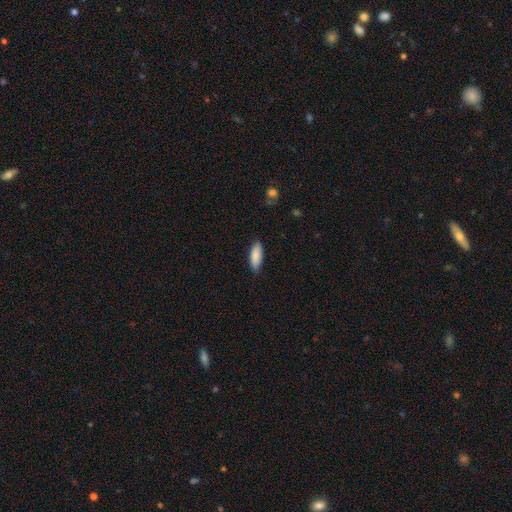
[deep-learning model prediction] smooth-or-featured: smooth: 88% | featured or disk: 6% | star or artifact: 6%
  how-rounded: in between: 75% | cigar-shaped: 24% | round: 2%
  merging: none: 84% | minor disturbance: 12% | major disturbance: 2% | merger: 1%